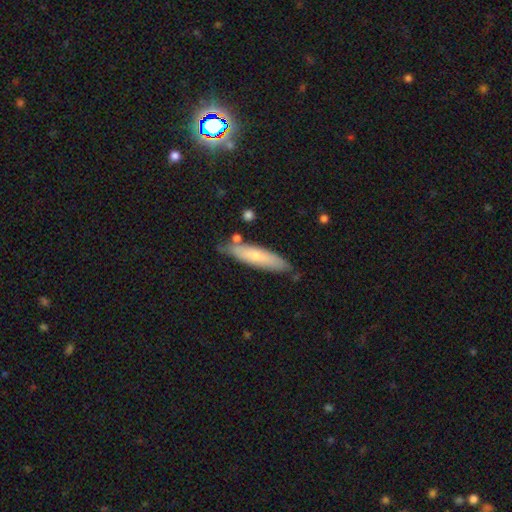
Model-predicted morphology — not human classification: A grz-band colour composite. It shows a smooth galaxy with no disk features (65%) that is cigar-shaped (77%). Merging: none (77%).